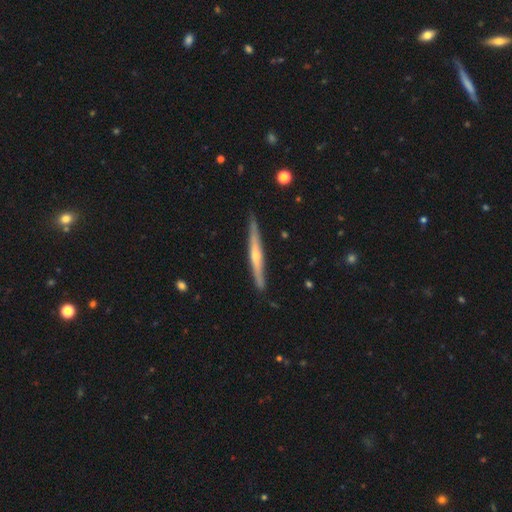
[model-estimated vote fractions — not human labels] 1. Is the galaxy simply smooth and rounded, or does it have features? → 70% featured or disk, 25% smooth, 5% star or artifact.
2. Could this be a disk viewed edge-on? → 97% yes, 3% no.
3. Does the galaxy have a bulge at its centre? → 75% rounded, 22% none, 4% boxy.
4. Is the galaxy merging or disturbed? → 87% none, 10% minor disturbance, 2% major disturbance, 1% merger.